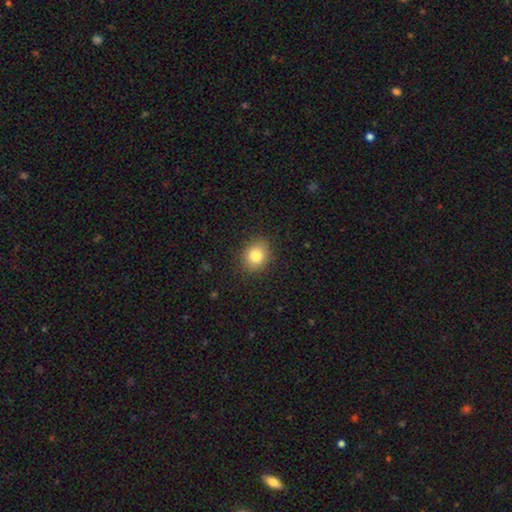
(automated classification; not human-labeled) A smooth galaxy with no disk features (81%) that is round (65%).

Vote fractions:
- Smooth or featured? smooth: 81% / star or artifact: 11% / featured or disk: 8%
- How rounded? round: 65% / in between: 34% / cigar-shaped: 1%
- Merging? none: 88% / minor disturbance: 9% / major disturbance: 3% / merger: 1%